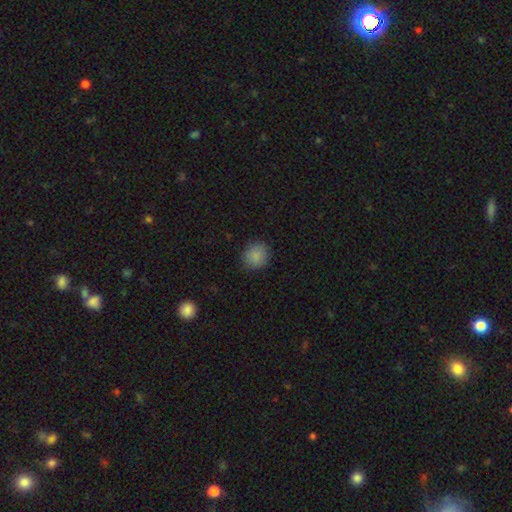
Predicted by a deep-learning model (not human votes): This appears to be a smooth galaxy with no disk features (86%) that is round (85%). Merging: none (86%).